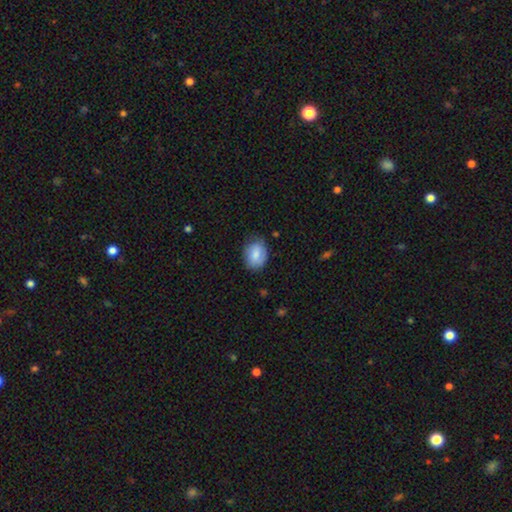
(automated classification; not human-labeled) Smooth or featured? smooth (80%)
How rounded? in between (72%)
Merging? none (72%)